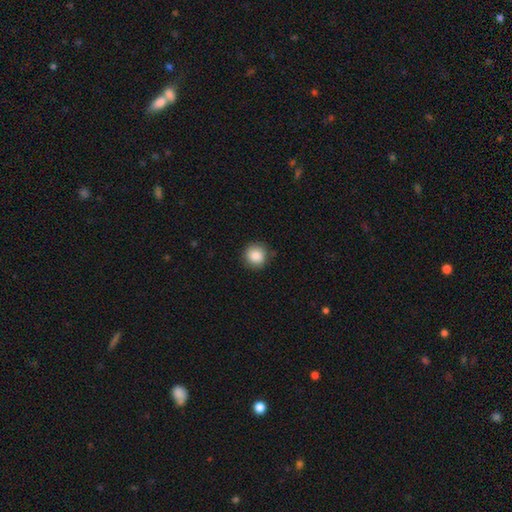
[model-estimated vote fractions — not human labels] Smooth or featured: smooth — 88% (star or artifact — 9%)
How rounded: round — 91% (in between — 8%)
Merging: none — 85% (minor disturbance — 11%)